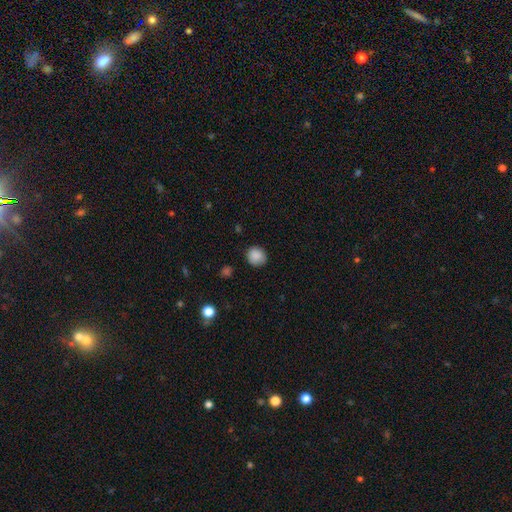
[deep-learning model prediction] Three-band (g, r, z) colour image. It shows a smooth galaxy with no disk features (87%) that is round (86%). Merging: none (84%).